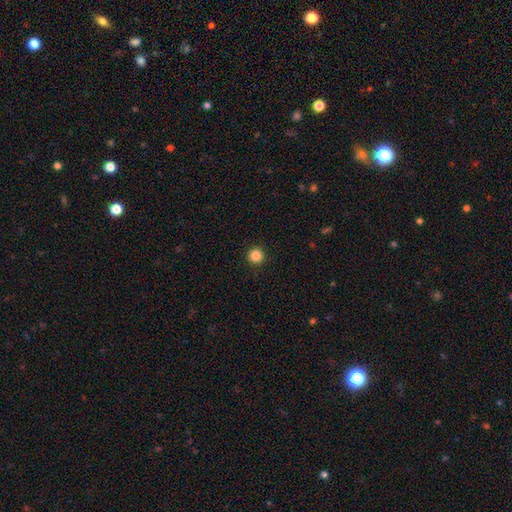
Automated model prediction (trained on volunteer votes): smooth-or-featured: smooth: 86% | star or artifact: 11% | featured or disk: 3%
  how-rounded: round: 96% | in between: 3% | cigar-shaped: 1%
  merging: none: 93% | minor disturbance: 5% | major disturbance: 2% | merger: 1%